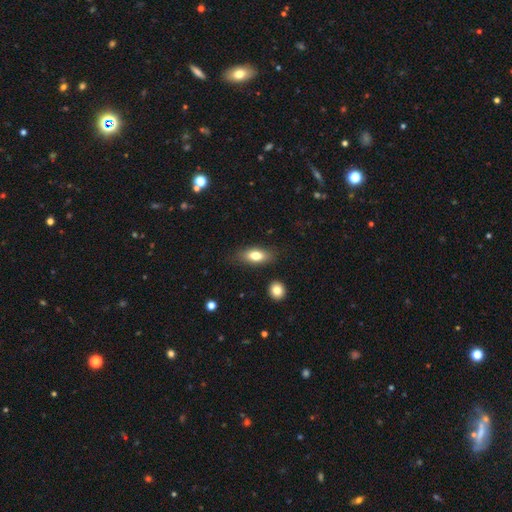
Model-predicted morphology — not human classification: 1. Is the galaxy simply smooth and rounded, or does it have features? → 76% smooth, 17% featured or disk, 8% star or artifact.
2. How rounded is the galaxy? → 81% in between, 14% cigar-shaped, 5% round.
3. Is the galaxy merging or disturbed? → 81% none, 13% minor disturbance, 4% major disturbance, 2% merger.